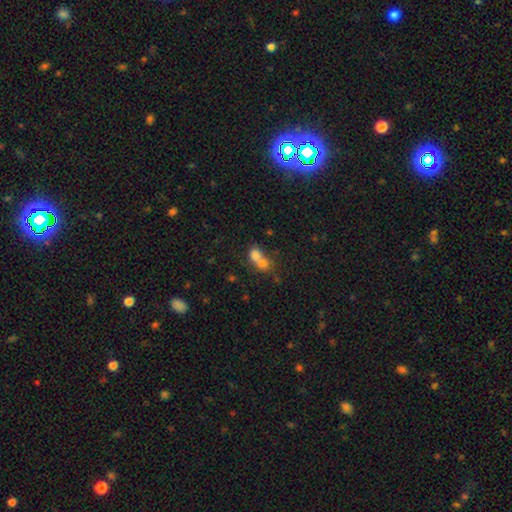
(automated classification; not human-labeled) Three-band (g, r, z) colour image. It shows a smooth galaxy with no disk features (73%) that is round (54%). Merging: merger (69%).